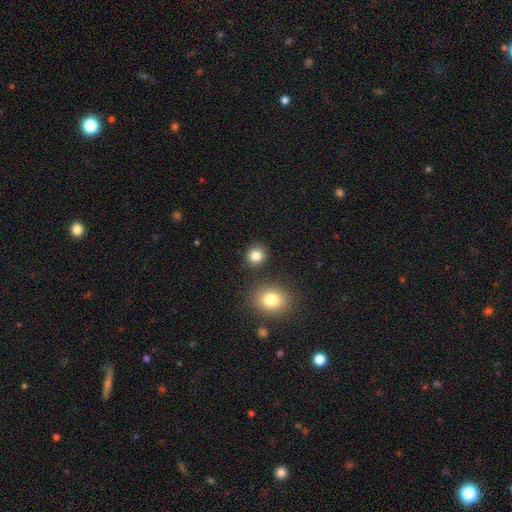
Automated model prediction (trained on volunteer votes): Smooth or featured: smooth — 82% (star or artifact — 12%)
How rounded: round — 84% (in between — 15%)
Merging: none — 85% (minor disturbance — 7%)